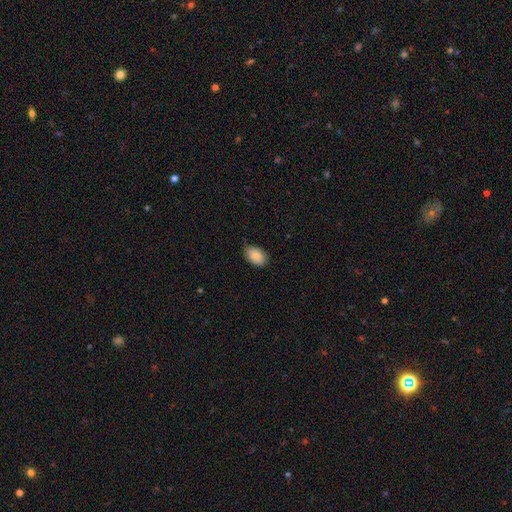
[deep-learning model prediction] smooth_or_featured: smooth (p=0.87) [alt: star or artifact p=0.07]
how_rounded: in between (p=0.90) [alt: round p=0.09]
merging: none (p=0.80) [alt: minor disturbance p=0.17]